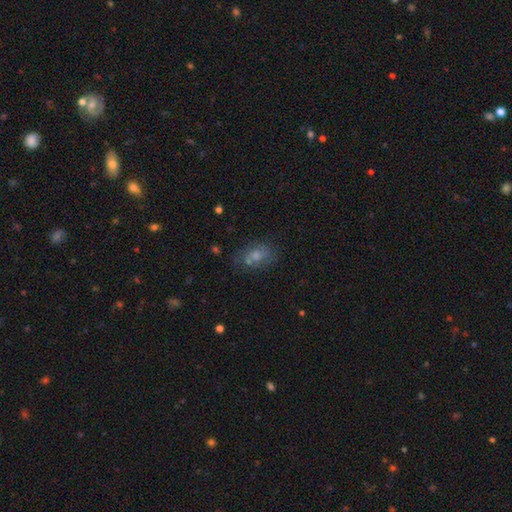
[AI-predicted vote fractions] smooth_or_featured: smooth (p=0.58) [alt: featured or disk p=0.27]
how_rounded: in between (p=0.77) [alt: round p=0.20]
merging: none (p=0.56) [alt: minor disturbance p=0.22]